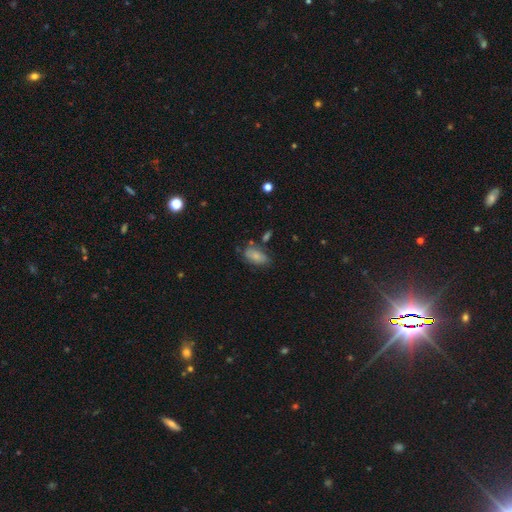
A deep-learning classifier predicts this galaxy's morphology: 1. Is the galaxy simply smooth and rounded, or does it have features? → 75% smooth, 17% featured or disk, 8% star or artifact.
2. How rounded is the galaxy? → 91% in between, 5% round, 3% cigar-shaped.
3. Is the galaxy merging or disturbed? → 57% none, 26% minor disturbance, 9% merger, 8% major disturbance.